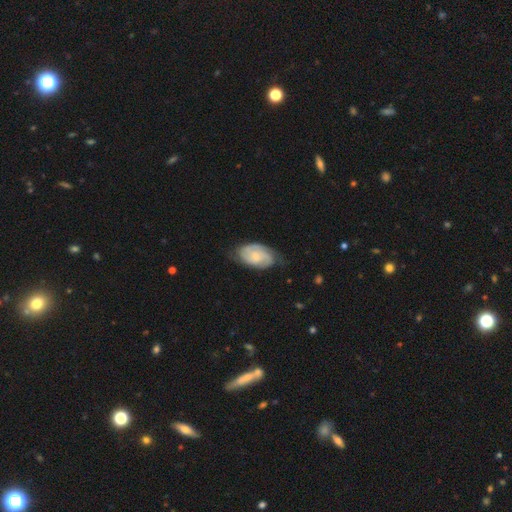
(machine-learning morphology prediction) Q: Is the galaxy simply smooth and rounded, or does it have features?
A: featured or disk — 74%.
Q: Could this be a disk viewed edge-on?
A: no — 97%.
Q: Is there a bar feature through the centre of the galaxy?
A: no — 64%.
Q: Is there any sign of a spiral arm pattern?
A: yes — 95%.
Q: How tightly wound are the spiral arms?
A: tight — 56%.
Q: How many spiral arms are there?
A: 2 — 54%.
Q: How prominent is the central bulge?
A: small — 62%.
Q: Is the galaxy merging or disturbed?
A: none — 67%.